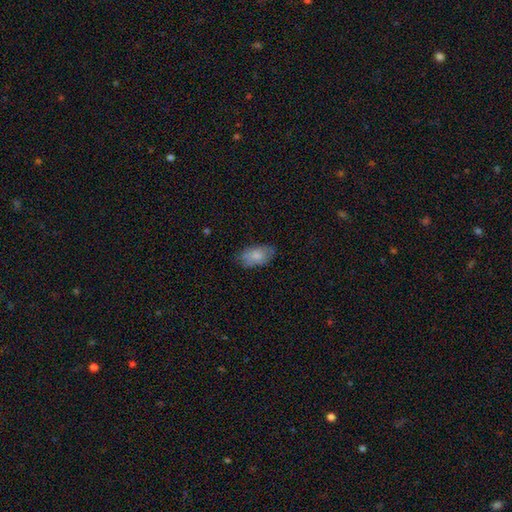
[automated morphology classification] Q: Smooth or featured?
A: smooth (80%); runner-up: featured or disk (13%)
Q: How rounded?
A: in between (94%); runner-up: round (4%)
Q: Merging?
A: none (73%); runner-up: minor disturbance (21%)